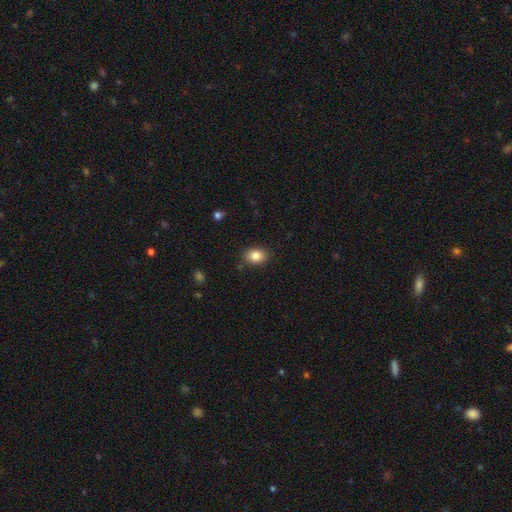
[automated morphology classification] smooth 84%, star or artifact 9%, featured or disk 7%. Down the decision tree: how rounded — in between (70%); merging — none (87%).